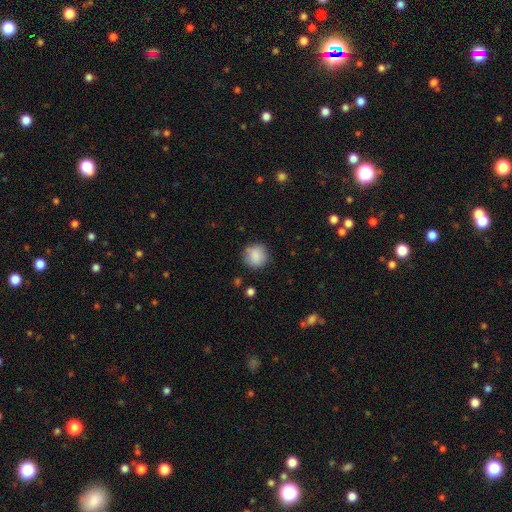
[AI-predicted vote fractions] A smooth galaxy with no disk features (87%) that is round (89%).

Vote fractions:
- Smooth or featured? smooth: 87% / star or artifact: 8% / featured or disk: 5%
- How rounded? round: 89% / in between: 10% / cigar-shaped: 1%
- Merging? none: 82% / minor disturbance: 13% / major disturbance: 3% / merger: 2%